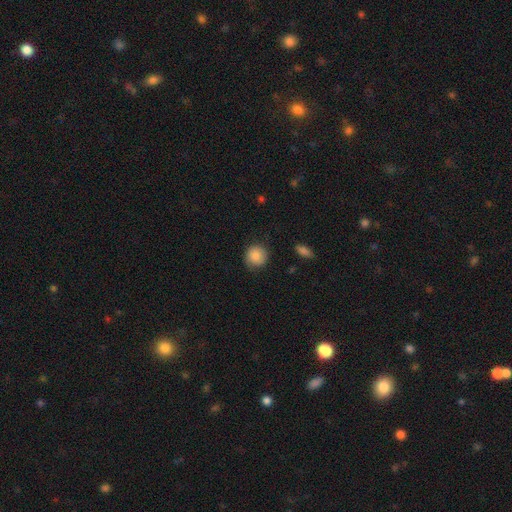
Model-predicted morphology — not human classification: A smooth galaxy with no disk features (85%) that is round (89%). Merging: none (79%).